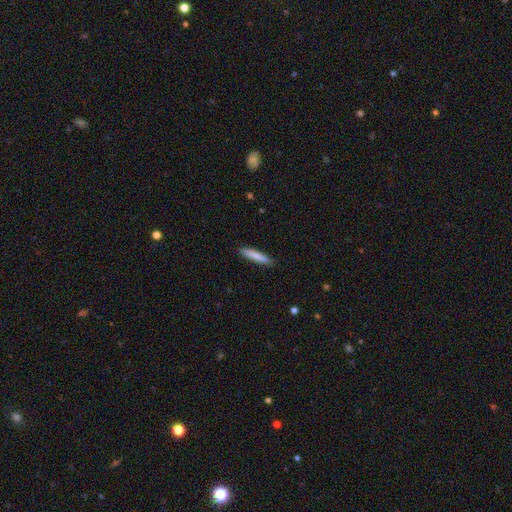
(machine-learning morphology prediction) smooth_or_featured: smooth (p=0.82) [alt: featured or disk p=0.12]
how_rounded: cigar-shaped (p=0.92) [alt: in between p=0.07]
merging: none (p=0.89) [alt: minor disturbance p=0.08]